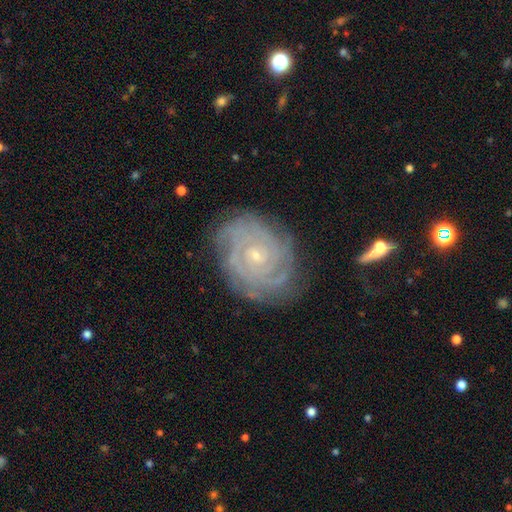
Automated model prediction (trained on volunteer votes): Q: Smooth or featured?
A: featured or disk (88%); runner-up: star or artifact (6%)
Q: Edge-on disk?
A: no (97%); runner-up: yes (3%)
Q: Bar?
A: no (77%); runner-up: weak (18%)
Q: Spiral arms?
A: yes (98%); runner-up: no (2%)
Q: Spiral winding?
A: tight (83%); runner-up: medium (14%)
Q: Spiral arm count?
A: can't tell (24%); runner-up: 4 (23%)
Q: Bulge size?
A: small (81%); runner-up: moderate (16%)
Q: Merging?
A: none (77%); runner-up: minor disturbance (16%)